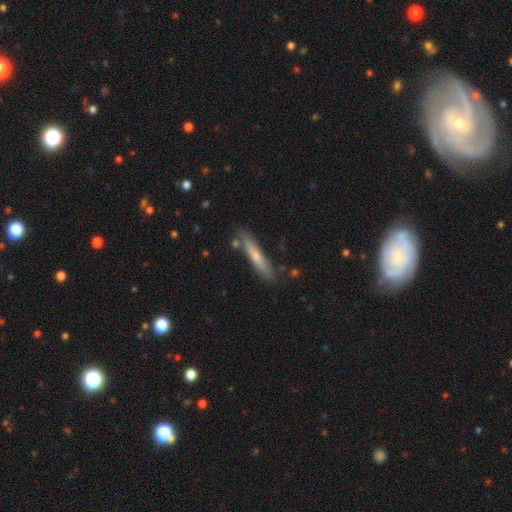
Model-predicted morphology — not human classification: Smooth or featured? smooth (55%)
How rounded? cigar-shaped (92%)
Merging? none (80%)